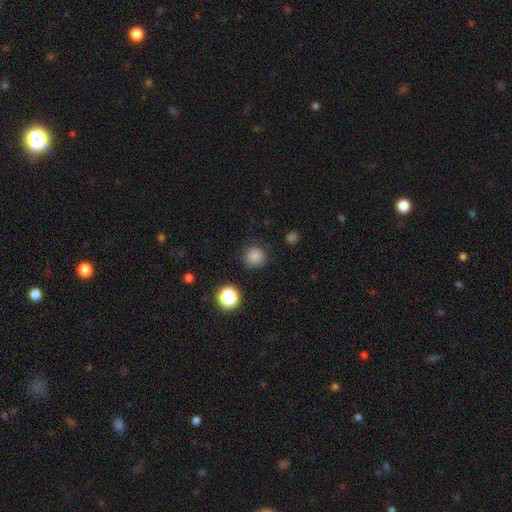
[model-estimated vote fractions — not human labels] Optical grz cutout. It shows a smooth galaxy with no disk features (82%) that is round (92%). Merging: none (84%).